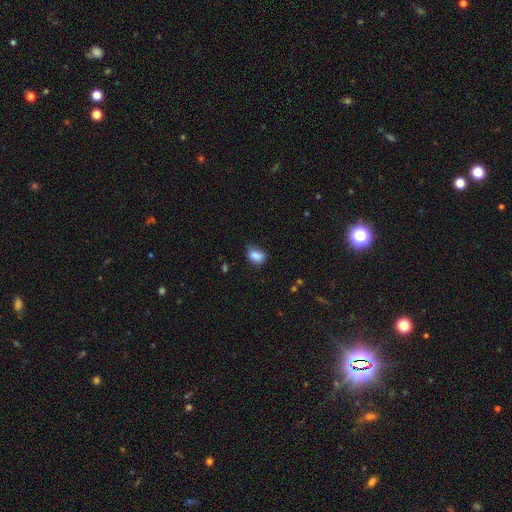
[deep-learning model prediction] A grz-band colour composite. It shows a smooth galaxy with no disk features (85%) that is in between round and cigar-shaped (75%). Merging: none (53%).